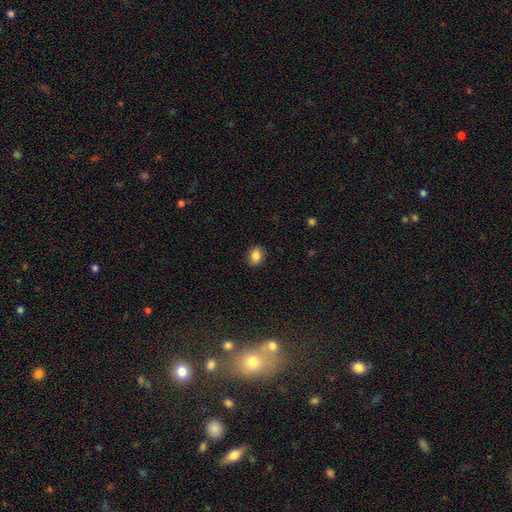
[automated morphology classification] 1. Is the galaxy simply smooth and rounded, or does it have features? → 84% smooth, 9% star or artifact, 6% featured or disk.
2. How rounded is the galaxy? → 51% in between, 47% round, 1% cigar-shaped.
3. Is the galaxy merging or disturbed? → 89% none, 8% minor disturbance, 2% major disturbance, 1% merger.